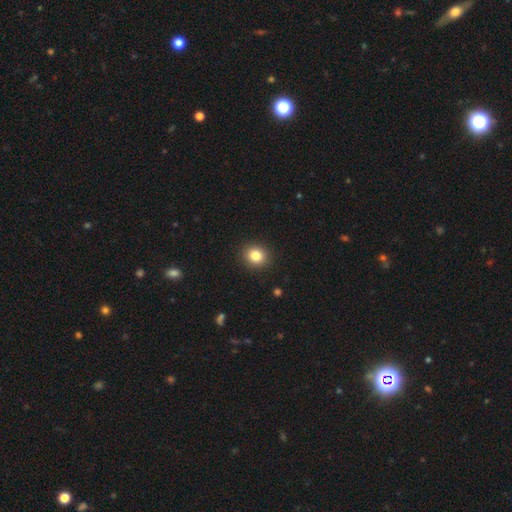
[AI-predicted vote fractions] Q: Smooth or featured?
A: smooth (83%); runner-up: star or artifact (11%)
Q: How rounded?
A: round (80%); runner-up: in between (19%)
Q: Merging?
A: none (91%); runner-up: minor disturbance (6%)